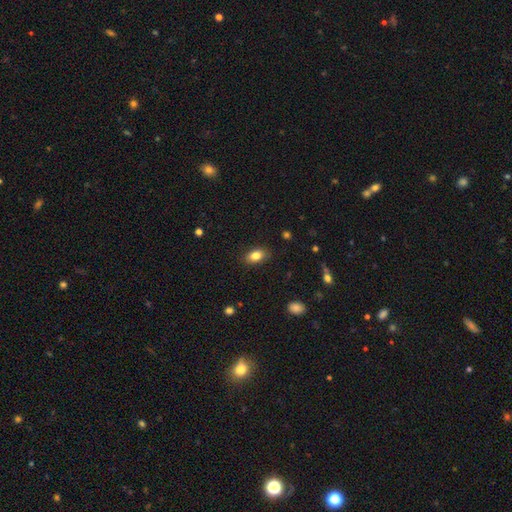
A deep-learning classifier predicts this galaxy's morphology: smooth-or-featured: smooth: 83% | star or artifact: 9% | featured or disk: 8%
  how-rounded: in between: 86% | round: 12% | cigar-shaped: 3%
  merging: none: 86% | minor disturbance: 10% | major disturbance: 2% | merger: 1%